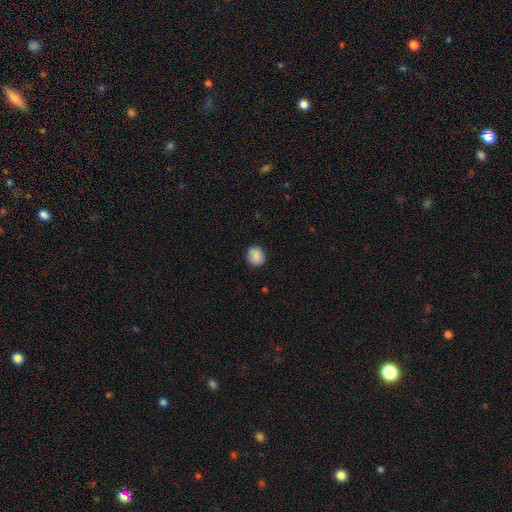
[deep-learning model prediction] The model was most divided on "how rounded": round: 76%, in between: 23%, cigar-shaped: 1%. More confident: smooth or featured — smooth (88%); merging — none (86%).